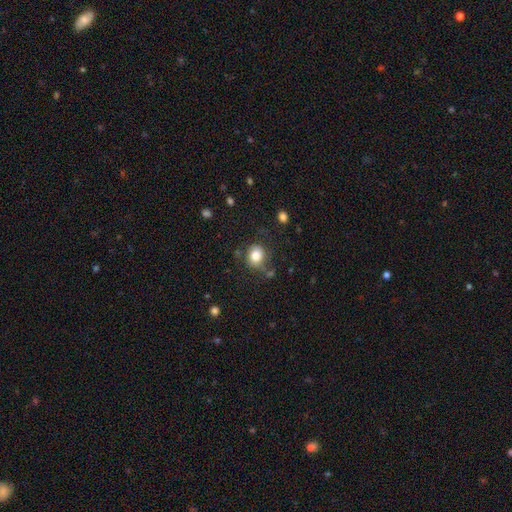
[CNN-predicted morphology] smooth_or_featured: smooth (p=0.82) [alt: star or artifact p=0.10]
how_rounded: round (p=0.69) [alt: in between p=0.31]
merging: none (p=0.71) [alt: minor disturbance p=0.18]